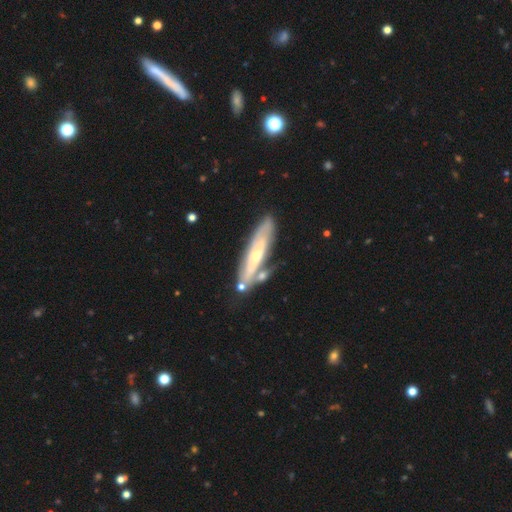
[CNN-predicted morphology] A featured or disk galaxy (66%).

Vote fractions:
- Smooth or featured? featured or disk: 66% / smooth: 29% / star or artifact: 6%
- Edge-on disk? no: 52% / yes: 48%
- Merging? none: 62% / minor disturbance: 18% / merger: 14% / major disturbance: 6%